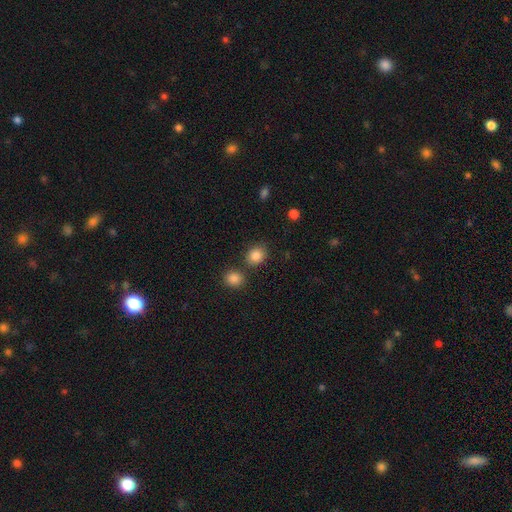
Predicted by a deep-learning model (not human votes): Smooth or featured?
  - smooth: 86% *
  - star or artifact: 10%
  - featured or disk: 4%
How rounded?
  - round: 60% *
  - in between: 39%
  - cigar-shaped: 1%
Merging?
  - none: 73% *
  - merger: 12%
  - minor disturbance: 12%
  - major disturbance: 4%